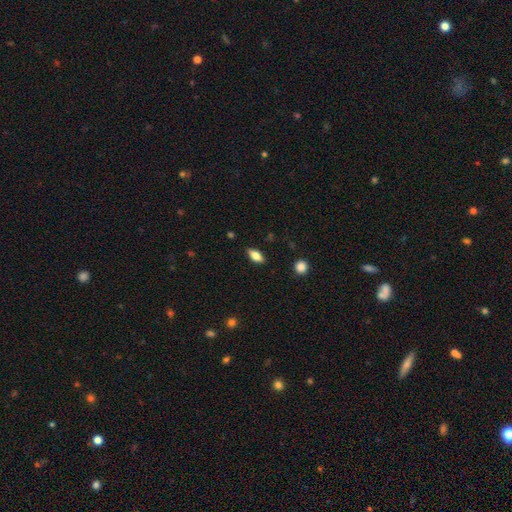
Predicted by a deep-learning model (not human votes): The model was most divided on "smooth or featured": smooth: 74%, featured or disk: 18%, star or artifact: 8%. More confident: merging — none (86%); how rounded — in between (84%).